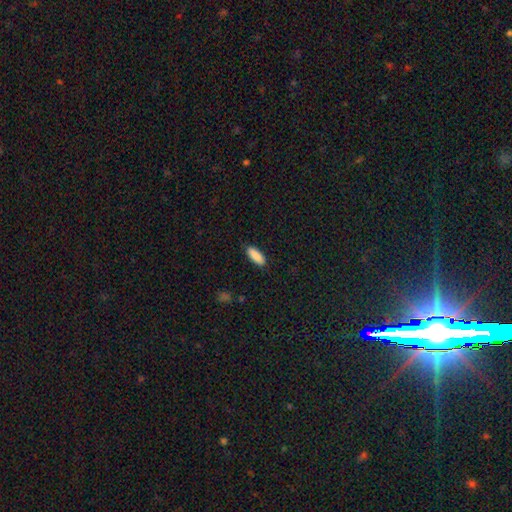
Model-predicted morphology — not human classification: type=smooth (89%); roundness=in between (68%); merging=none (88%).